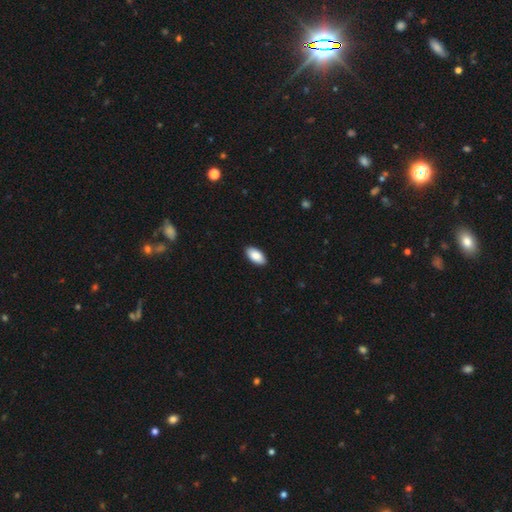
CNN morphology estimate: smooth-or-featured: smooth: 88% | star or artifact: 6% | featured or disk: 6%
  how-rounded: in between: 95% | cigar-shaped: 3% | round: 2%
  merging: none: 90% | minor disturbance: 7% | major disturbance: 2% | merger: 1%